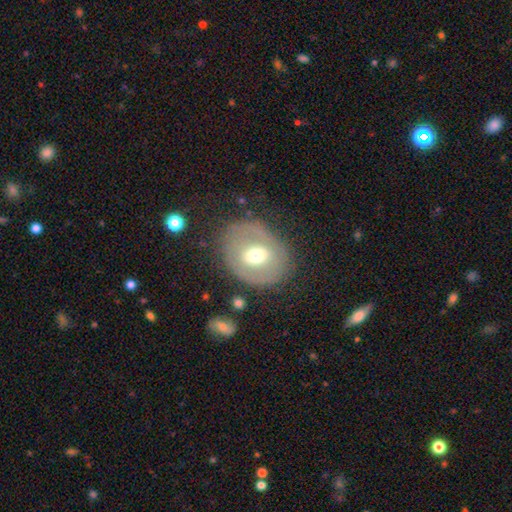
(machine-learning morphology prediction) Q: Smooth or featured?
A: featured or disk (50%); runner-up: smooth (42%)
Q: Merging?
A: none (72%); runner-up: minor disturbance (17%)